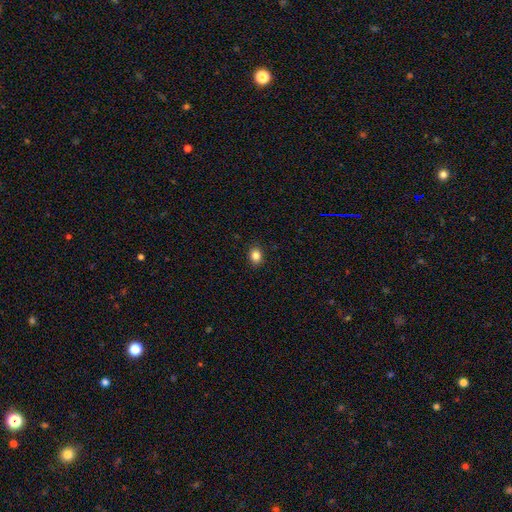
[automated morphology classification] This appears to be a smooth galaxy with no disk features (84%) that is round (51%). Merging: none (90%).